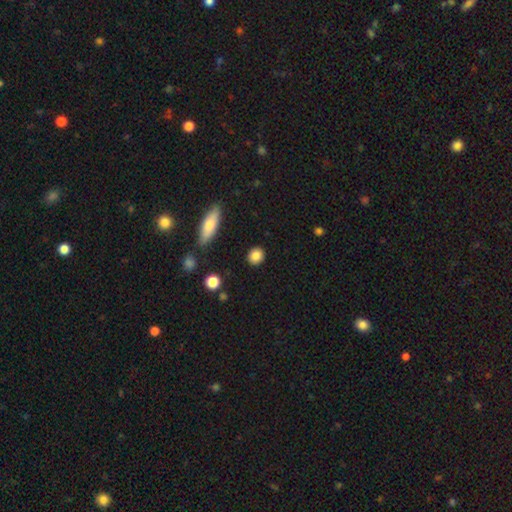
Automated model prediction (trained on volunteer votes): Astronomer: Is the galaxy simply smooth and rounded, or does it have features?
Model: smooth — 85%.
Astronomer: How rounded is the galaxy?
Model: round — 81%.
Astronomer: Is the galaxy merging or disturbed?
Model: none — 89%.